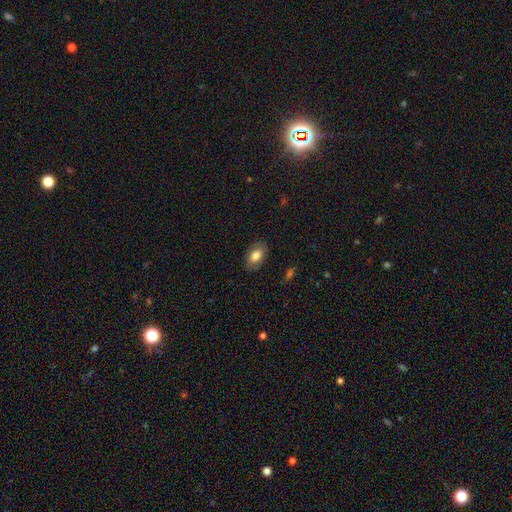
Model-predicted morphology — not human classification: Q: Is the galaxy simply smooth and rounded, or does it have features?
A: smooth — 73%.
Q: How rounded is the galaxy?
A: in between — 92%.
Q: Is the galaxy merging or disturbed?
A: none — 83%.